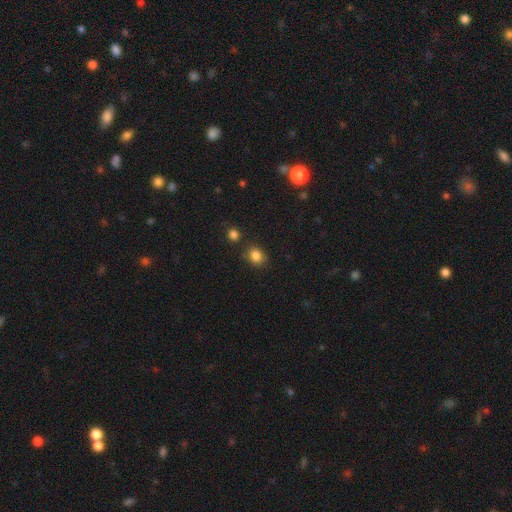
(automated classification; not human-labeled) A smooth galaxy with no disk features (83%) that is round (65%).

Vote fractions:
- Smooth or featured? smooth: 83% / star or artifact: 12% / featured or disk: 5%
- How rounded? round: 65% / in between: 34% / cigar-shaped: 1%
- Merging? none: 77% / minor disturbance: 13% / merger: 6% / major disturbance: 4%